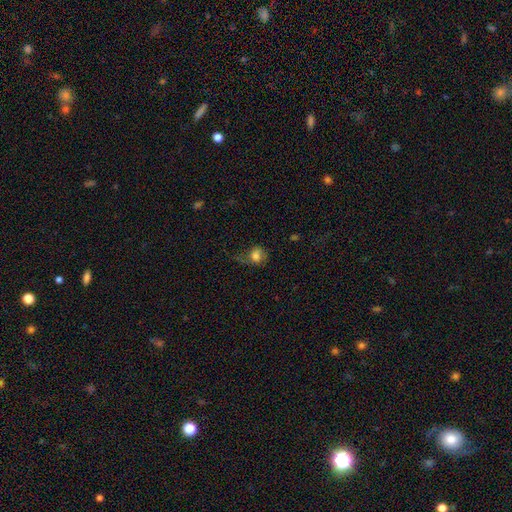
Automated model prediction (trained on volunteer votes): Smooth or featured?
  - smooth: 73% *
  - featured or disk: 15%
  - star or artifact: 12%
How rounded?
  - round: 65% *
  - in between: 34%
  - cigar-shaped: 1%
Merging?
  - none: 35% *
  - major disturbance: 34%
  - minor disturbance: 28%
  - merger: 4%